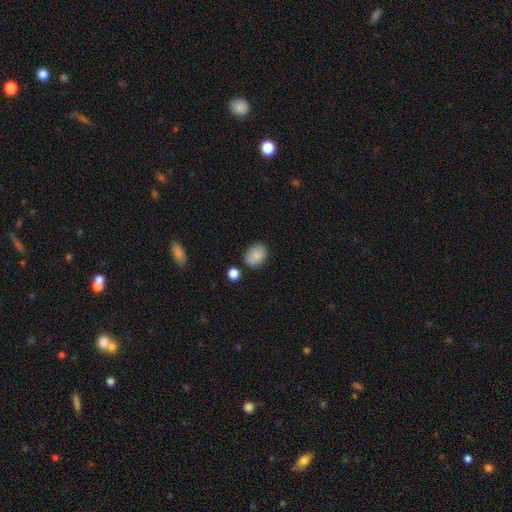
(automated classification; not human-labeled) smooth_or_featured: smooth (p=0.84) [alt: featured or disk p=0.09]
how_rounded: in between (p=0.76) [alt: round p=0.23]
merging: none (p=0.77) [alt: minor disturbance p=0.15]